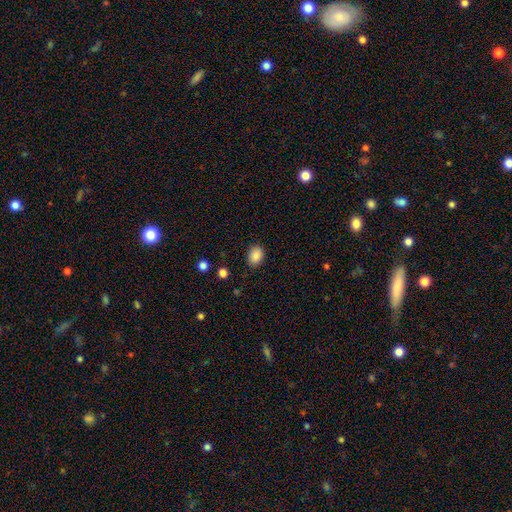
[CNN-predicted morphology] The model was most divided on "how rounded": in between: 68%, round: 31%, cigar-shaped: 1%. More confident: smooth or featured — smooth (88%); merging — none (86%).